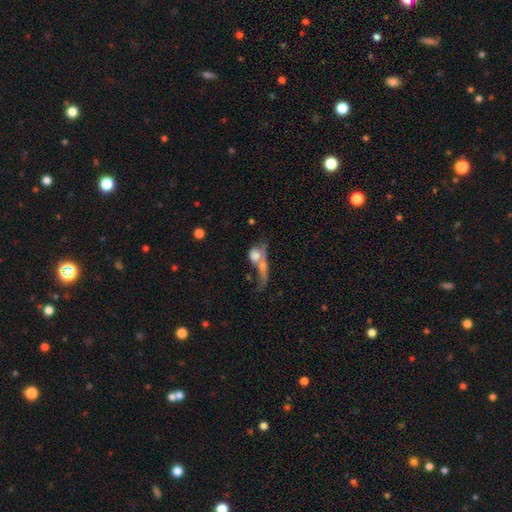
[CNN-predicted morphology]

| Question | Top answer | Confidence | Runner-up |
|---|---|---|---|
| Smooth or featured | smooth | 61% | featured or disk (29%) |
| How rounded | round | 46% | in between (40%) |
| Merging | merger | 55% | major disturbance (21%) |